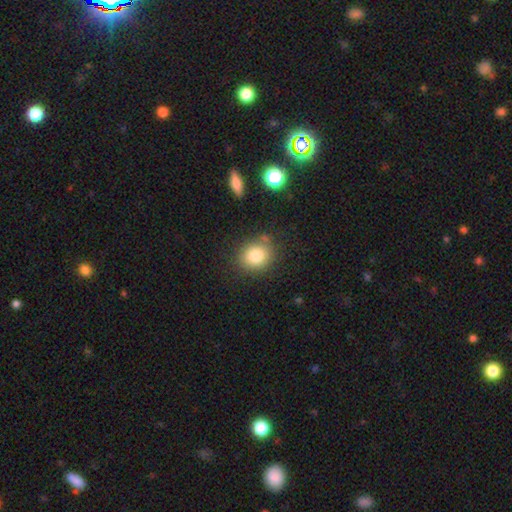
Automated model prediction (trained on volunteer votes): Smooth or featured? Predicted: smooth (p=0.83). How rounded? Predicted: round (p=0.71). Merging? Predicted: none (p=0.78).